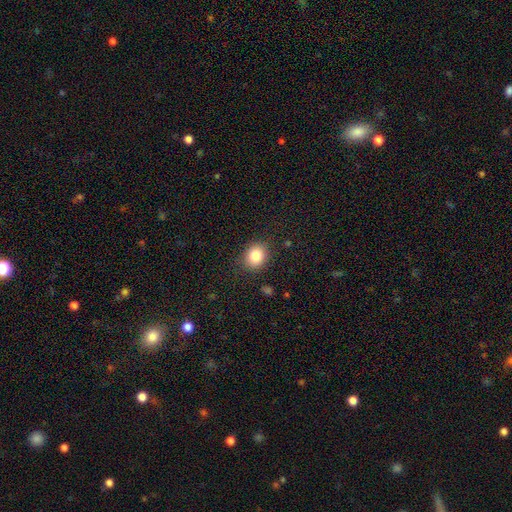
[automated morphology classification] smooth-or-featured: smooth: 83% | star or artifact: 10% | featured or disk: 7%
  how-rounded: round: 68% | in between: 31% | cigar-shaped: 1%
  merging: none: 86% | minor disturbance: 10% | major disturbance: 3% | merger: 1%